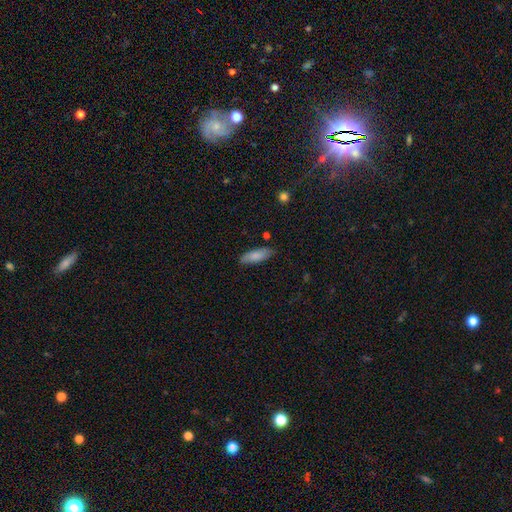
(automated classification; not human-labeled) This is clearly a smooth galaxy (83%). How rounded: likely in between (63%). Merging: clearly none (80%).